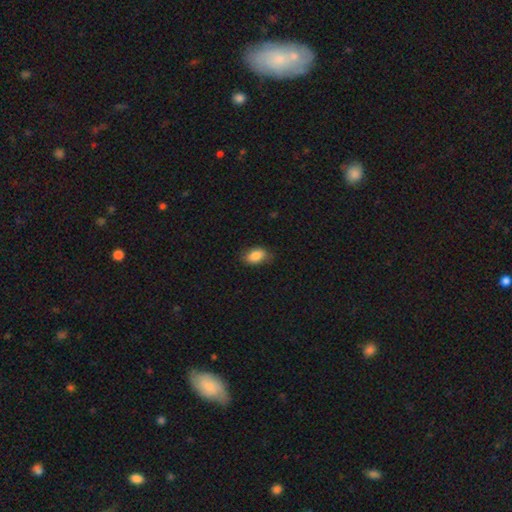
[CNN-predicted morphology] smooth_or_featured: smooth (p=0.84) [alt: featured or disk p=0.08]
how_rounded: in between (p=0.89) [alt: round p=0.09]
merging: none (p=0.78) [alt: minor disturbance p=0.18]